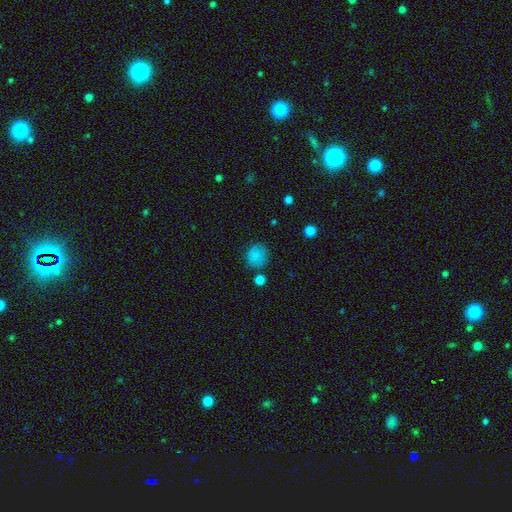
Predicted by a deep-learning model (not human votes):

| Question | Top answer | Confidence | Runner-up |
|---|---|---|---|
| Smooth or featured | smooth | 83% | star or artifact (12%) |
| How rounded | round | 83% | in between (16%) |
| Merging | none | 78% | minor disturbance (13%) |